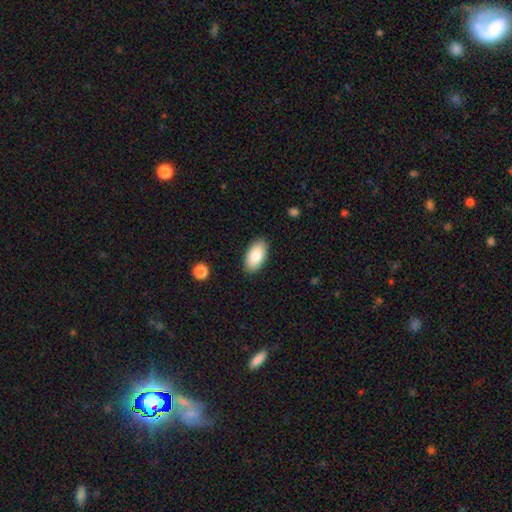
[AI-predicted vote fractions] Morphology: type=smooth (84%); roundness=in between (95%); merging=none (88%).